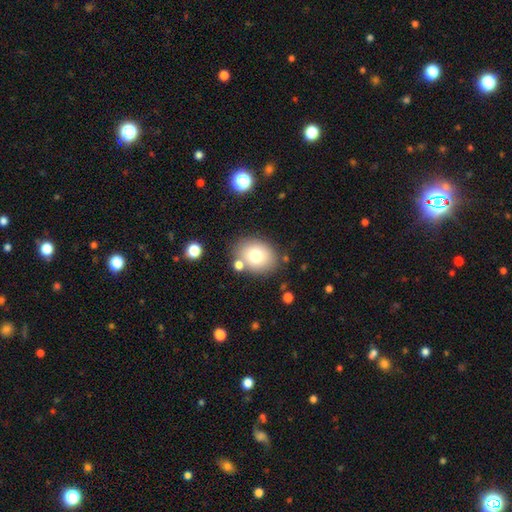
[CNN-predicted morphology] Smooth or featured?
  - smooth: 73% *
  - featured or disk: 16%
  - star or artifact: 11%
How rounded?
  - in between: 54% *
  - round: 45%
  - cigar-shaped: 1%
Merging?
  - none: 77% *
  - minor disturbance: 12%
  - merger: 7%
  - major disturbance: 4%